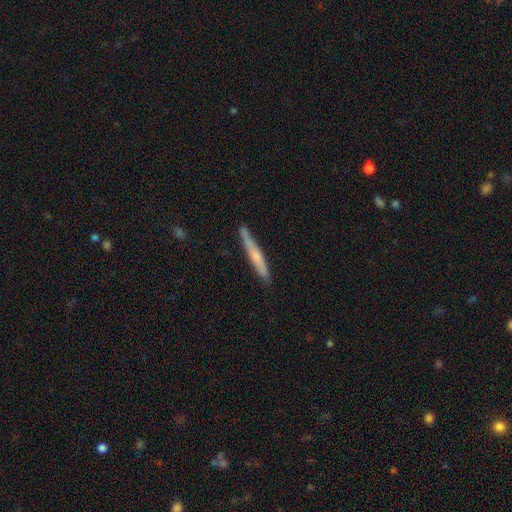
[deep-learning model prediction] The model was most divided on "smooth or featured": smooth: 51%, featured or disk: 43%, star or artifact: 6%. More confident: how rounded — cigar-shaped (96%); merging — none (84%).